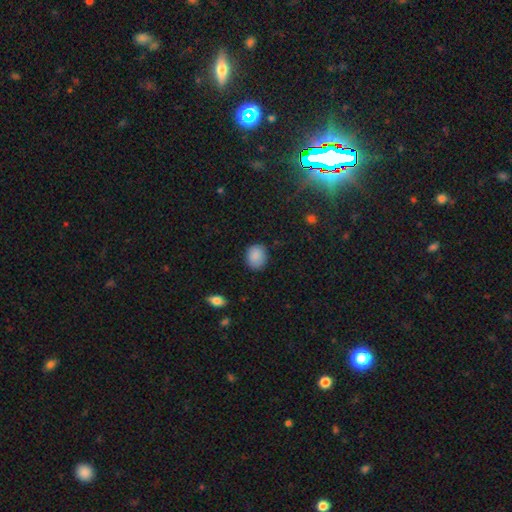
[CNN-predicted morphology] smooth_or_featured: smooth (p=0.88) [alt: star or artifact p=0.08]
how_rounded: round (p=0.62) [alt: in between p=0.37]
merging: none (p=0.82) [alt: minor disturbance p=0.14]